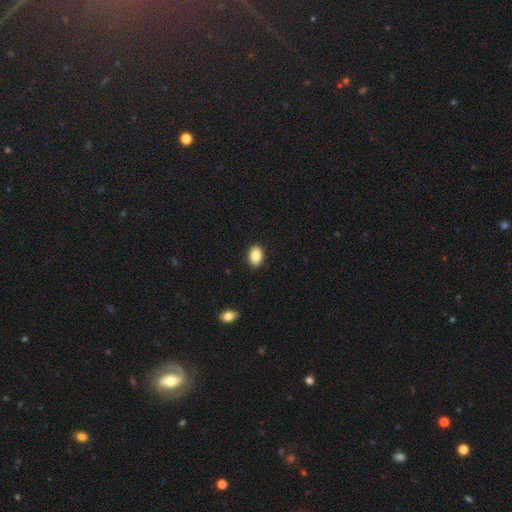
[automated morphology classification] Smooth or featured: smooth — 86% (star or artifact — 8%)
How rounded: in between — 84% (round — 15%)
Merging: none — 90% (minor disturbance — 7%)